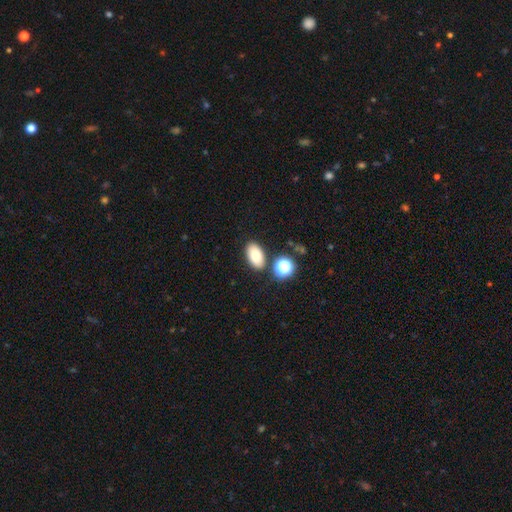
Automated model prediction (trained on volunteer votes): The model was most divided on "smooth or featured": smooth: 80%, star or artifact: 10%, featured or disk: 10%. More confident: how rounded — in between (91%); merging — none (81%).